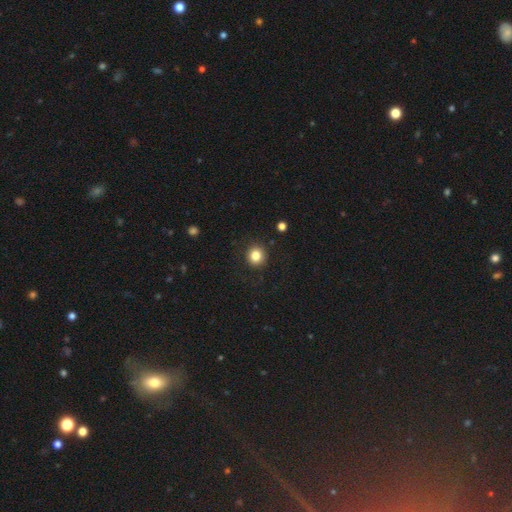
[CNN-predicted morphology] This appears to be a smooth galaxy with no disk features (84%) that is round (91%). Merging: none (90%).